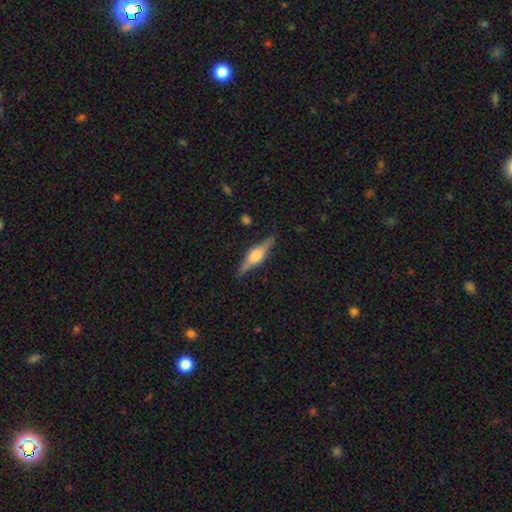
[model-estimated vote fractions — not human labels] Smooth or featured? Predicted: featured or disk (p=0.71). Edge-on disk? Predicted: yes (p=0.97). Edge-on bulge? Predicted: rounded (p=0.88). Merging? Predicted: none (p=0.88).